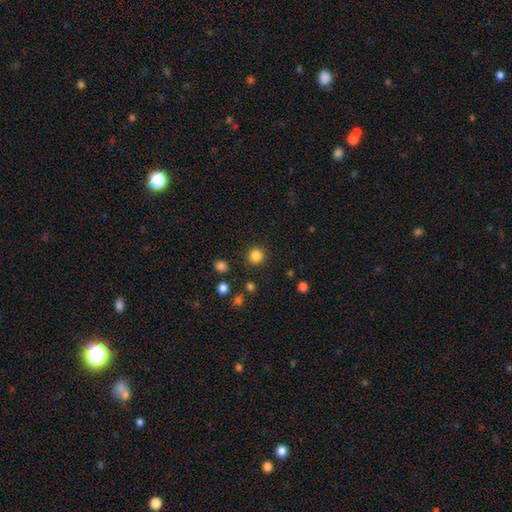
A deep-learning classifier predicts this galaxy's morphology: The model was most divided on "smooth or featured": smooth: 84%, star or artifact: 12%, featured or disk: 4%. More confident: how rounded — round (93%); merging — none (90%).